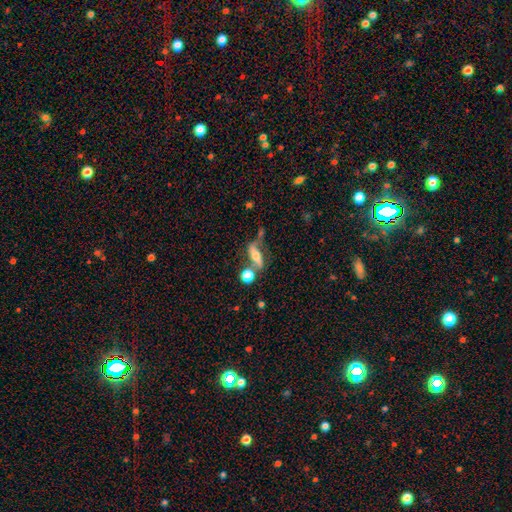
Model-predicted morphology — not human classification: The model was most divided on "edge-on disk": no: 58%, yes: 42%. Remaining: smooth or featured — featured or disk (59%); merging — none (50%).